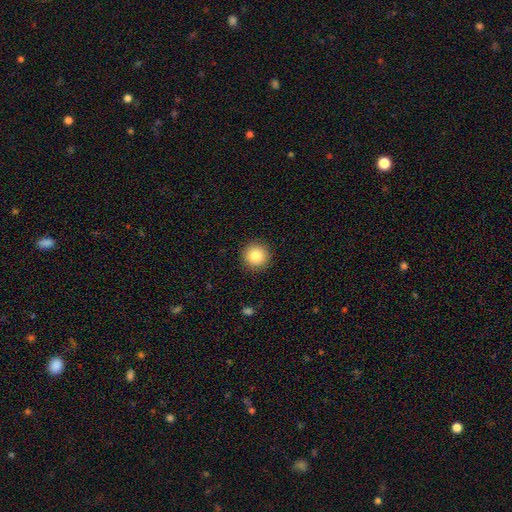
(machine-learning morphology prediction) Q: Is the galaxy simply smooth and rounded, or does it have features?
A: smooth — 84%.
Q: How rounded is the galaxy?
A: round — 96%.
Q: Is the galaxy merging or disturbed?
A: none — 92%.